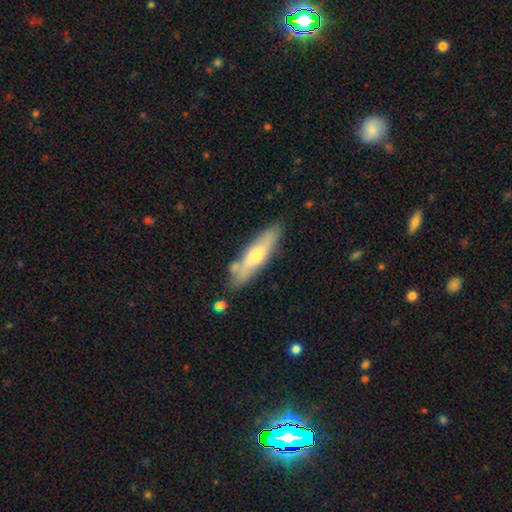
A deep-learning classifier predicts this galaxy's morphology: This is possibly a smooth galaxy (58%). How rounded: likely cigar-shaped (70%). Merging: likely none (75%).